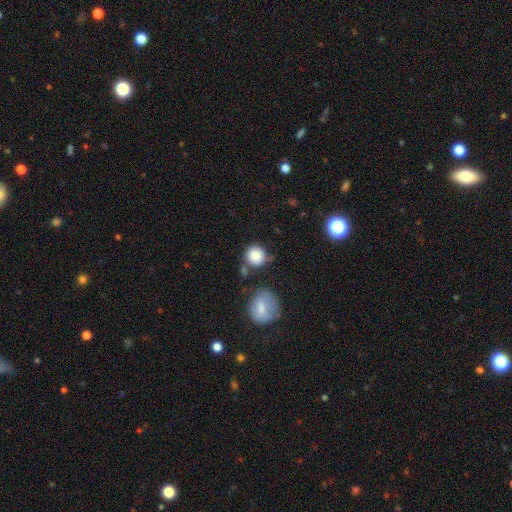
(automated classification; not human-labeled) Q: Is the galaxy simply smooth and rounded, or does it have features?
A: smooth — 83%.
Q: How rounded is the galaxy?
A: round — 91%.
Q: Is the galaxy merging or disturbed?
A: none — 71%.